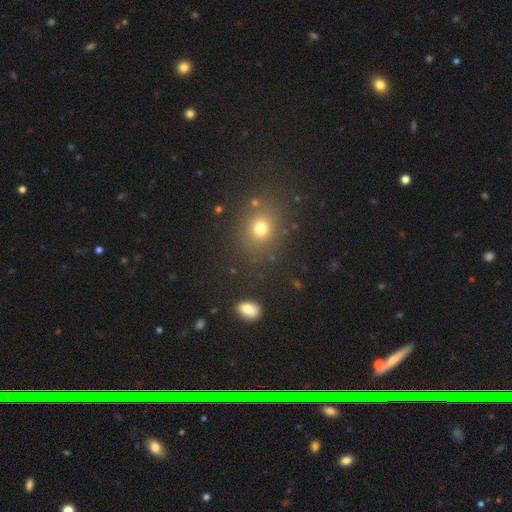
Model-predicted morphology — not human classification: smooth 55%, star or artifact 35%, featured or disk 10%. Down the decision tree: how rounded — round (60%); merging — none (87%).